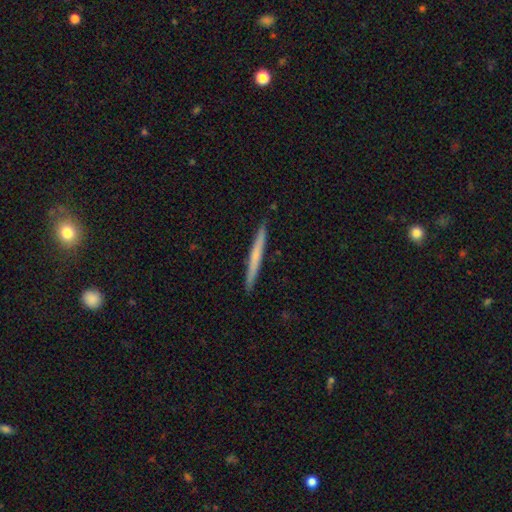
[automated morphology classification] Smooth or featured?
  - smooth: 55% *
  - featured or disk: 40%
  - star or artifact: 5%
How rounded?
  - cigar-shaped: 97% *
  - in between: 2%
  - round: 1%
Merging?
  - none: 92% *
  - minor disturbance: 6%
  - major disturbance: 1%
  - merger: 1%